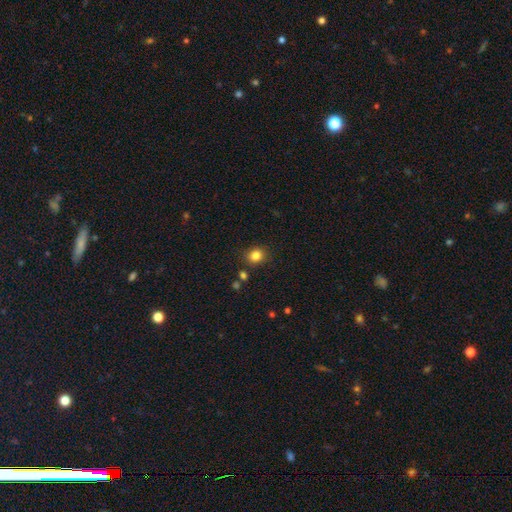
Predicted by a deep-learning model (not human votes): smooth-or-featured: smooth: 83% | star or artifact: 12% | featured or disk: 6%
  how-rounded: round: 67% | in between: 32% | cigar-shaped: 1%
  merging: none: 85% | minor disturbance: 9% | merger: 3% | major disturbance: 3%